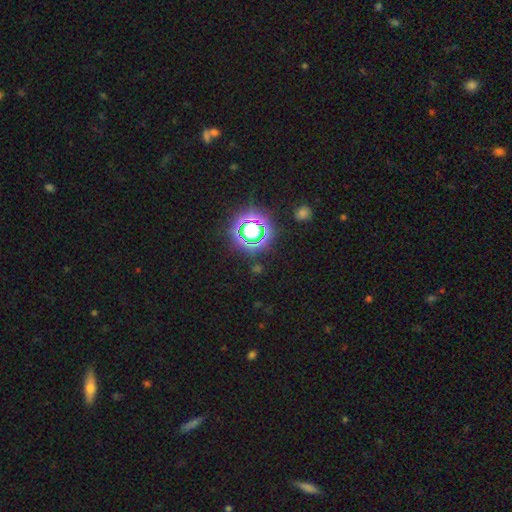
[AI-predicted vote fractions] This appears to be a star or artifact, not a galaxy (80%).